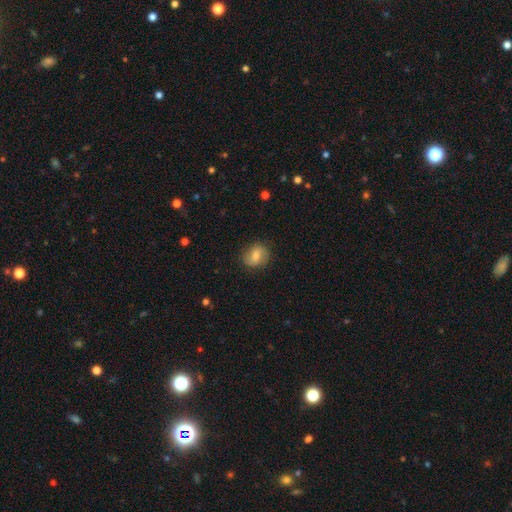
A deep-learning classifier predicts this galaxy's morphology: smooth 59%, featured or disk 33%, star or artifact 9%. Down the decision tree: how rounded — round (57%); merging — none (81%).